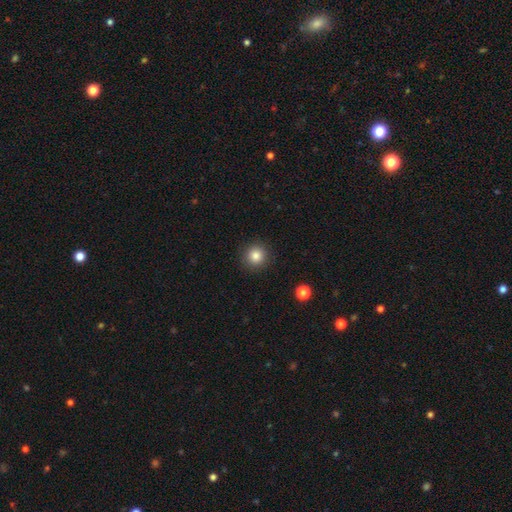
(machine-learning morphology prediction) Smooth or featured? smooth (83%)
How rounded? round (94%)
Merging? none (91%)